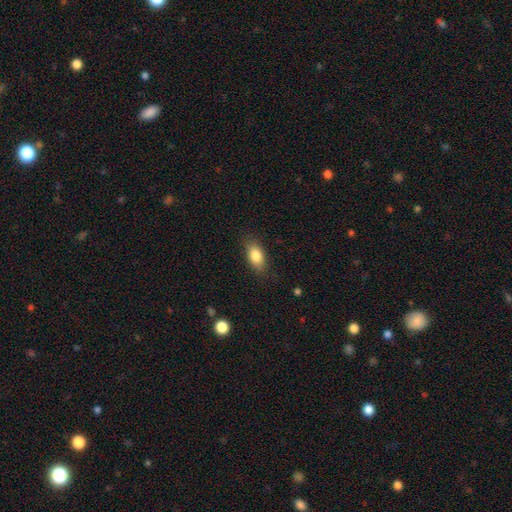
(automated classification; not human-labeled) Smooth or featured: smooth — 84% (featured or disk — 8%)
How rounded: in between — 88% (round — 6%)
Merging: none — 83% (minor disturbance — 13%)